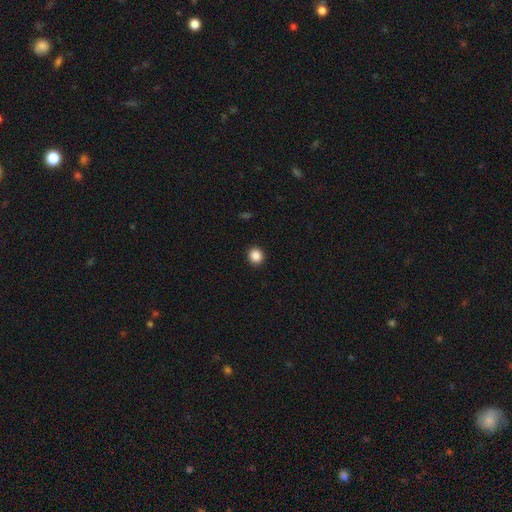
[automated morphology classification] Smooth or featured? smooth (88%)
How rounded? round (87%)
Merging? none (92%)